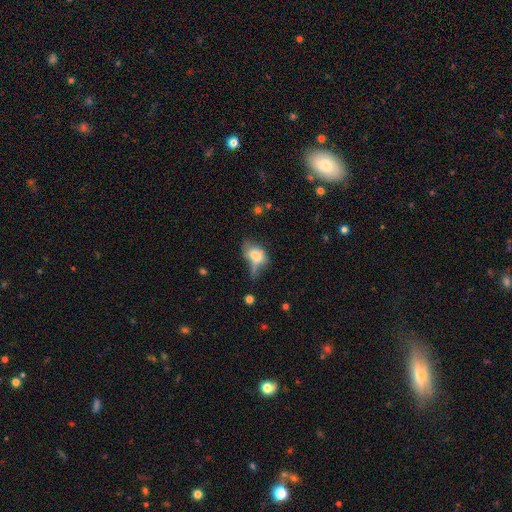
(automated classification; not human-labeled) Q: Smooth or featured?
A: smooth (59%); runner-up: featured or disk (29%)
Q: How rounded?
A: in between (79%); runner-up: round (17%)
Q: Merging?
A: major disturbance (30%); runner-up: none (27%)